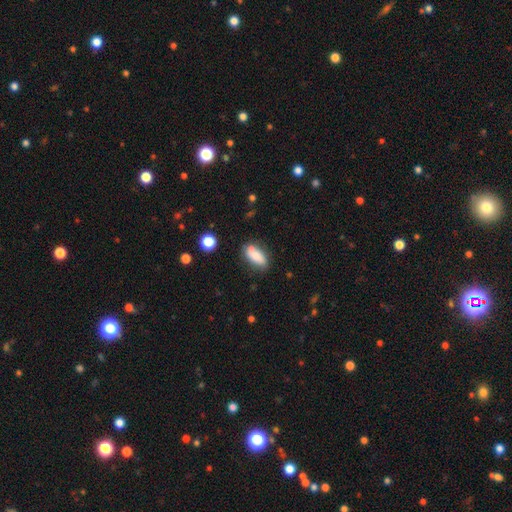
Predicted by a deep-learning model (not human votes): Smooth or featured? smooth (64%)
How rounded? in between (87%)
Merging? none (66%)